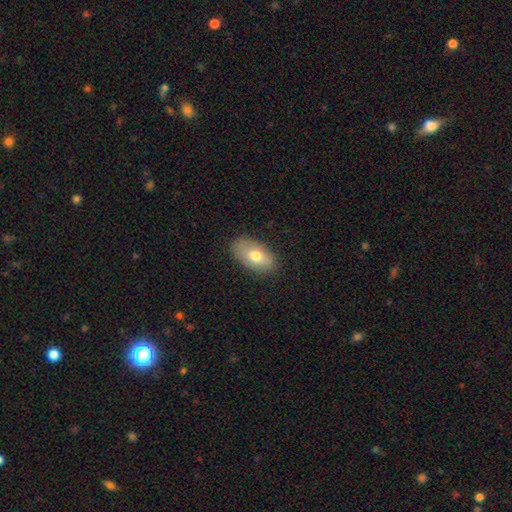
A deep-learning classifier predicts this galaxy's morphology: Smooth or featured?
  - smooth: 71% *
  - featured or disk: 22%
  - star or artifact: 7%
How rounded?
  - in between: 93% *
  - round: 5%
  - cigar-shaped: 3%
Merging?
  - none: 84% *
  - minor disturbance: 13%
  - major disturbance: 3%
  - merger: 1%